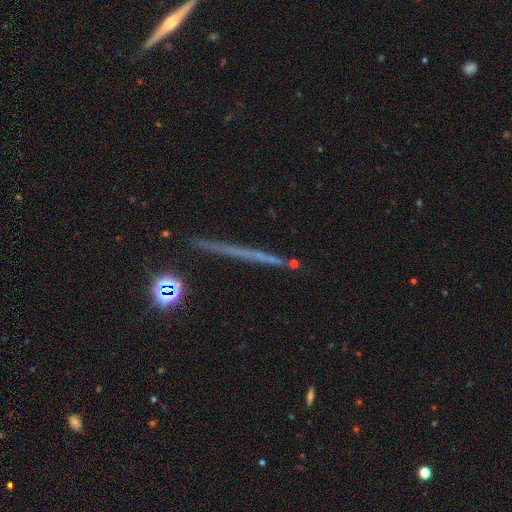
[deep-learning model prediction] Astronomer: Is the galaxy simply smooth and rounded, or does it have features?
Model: featured or disk — 54% (runner-up: smooth, 33%).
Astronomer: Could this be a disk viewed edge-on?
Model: yes — 96%.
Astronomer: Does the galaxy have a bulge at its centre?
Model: none — 93%.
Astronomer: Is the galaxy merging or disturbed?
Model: none — 89%.